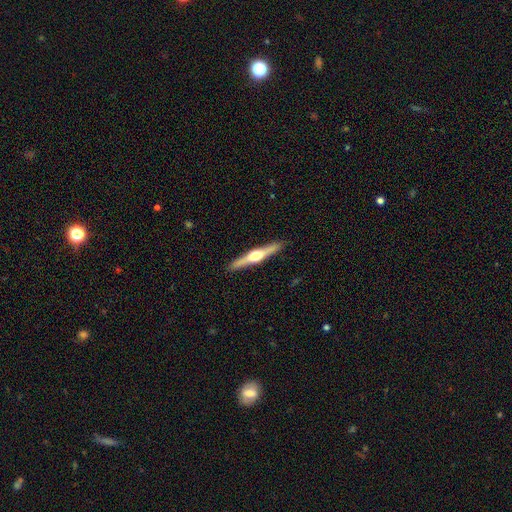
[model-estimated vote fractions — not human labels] Q: Smooth or featured?
A: featured or disk (73%); runner-up: smooth (22%)
Q: Edge-on disk?
A: yes (98%); runner-up: no (2%)
Q: Edge-on bulge?
A: rounded (94%); runner-up: boxy (4%)
Q: Merging?
A: none (91%); runner-up: minor disturbance (6%)